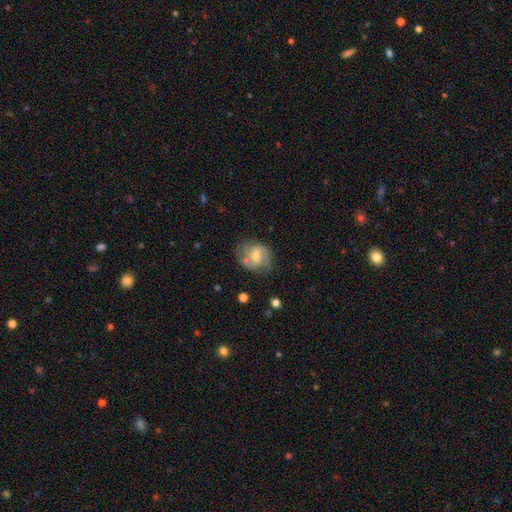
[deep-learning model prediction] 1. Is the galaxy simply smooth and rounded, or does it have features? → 69% featured or disk, 24% smooth, 7% star or artifact.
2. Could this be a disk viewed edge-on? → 97% no, 3% yes.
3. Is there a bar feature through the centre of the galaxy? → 48% weak, 42% no, 10% strong.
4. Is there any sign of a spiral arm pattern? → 88% yes, 12% no.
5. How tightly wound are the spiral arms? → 46% medium, 38% tight, 16% loose.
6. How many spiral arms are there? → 67% 2, 17% can't tell, 9% 3, 4% 1, 2% 4, 2% more than 4.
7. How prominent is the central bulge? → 49% moderate, 44% small, 3% large, 3% none, 1% dominant.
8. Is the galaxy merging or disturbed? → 64% none, 21% minor disturbance, 9% major disturbance, 5% merger.